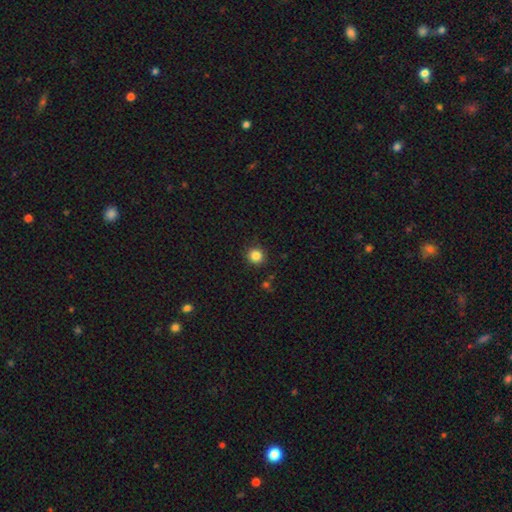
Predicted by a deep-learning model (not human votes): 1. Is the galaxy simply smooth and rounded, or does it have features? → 84% smooth, 11% star or artifact, 4% featured or disk.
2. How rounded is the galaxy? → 93% round, 6% in between, 1% cigar-shaped.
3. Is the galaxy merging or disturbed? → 91% none, 6% minor disturbance, 2% major disturbance, 1% merger.